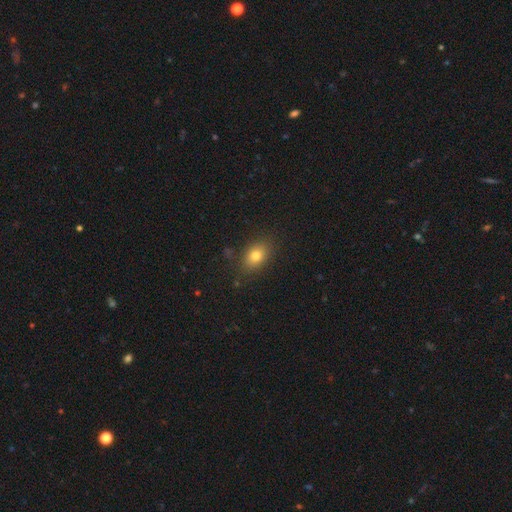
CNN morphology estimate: smooth 79%, star or artifact 11%, featured or disk 10%. Down the decision tree: how rounded — in between (73%); merging — none (83%).